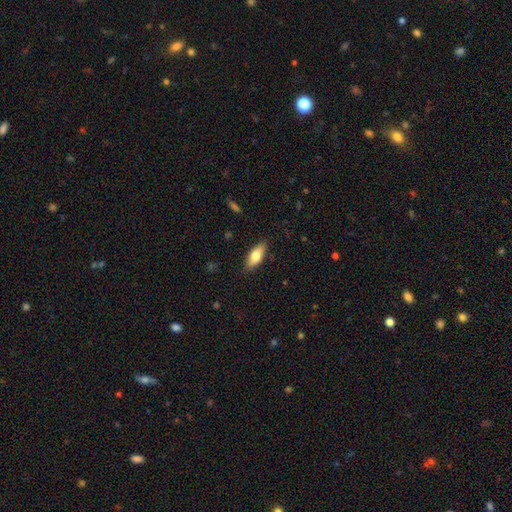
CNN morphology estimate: A smooth galaxy with no disk features (75%) that is in between round and cigar-shaped (77%).

Vote fractions:
- Smooth or featured? smooth: 75% / featured or disk: 19% / star or artifact: 6%
- How rounded? in between: 77% / cigar-shaped: 21% / round: 2%
- Merging? none: 84% / minor disturbance: 12% / major disturbance: 2% / merger: 1%